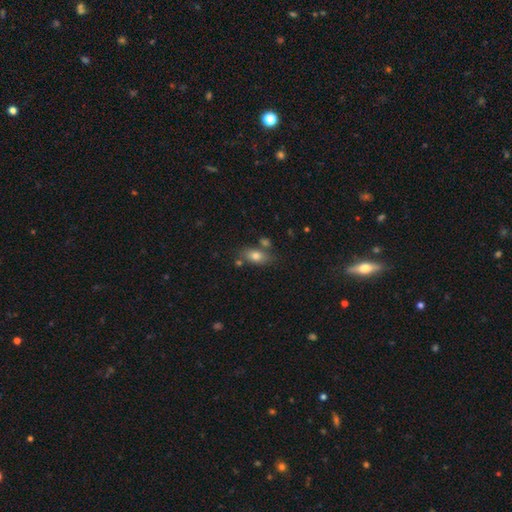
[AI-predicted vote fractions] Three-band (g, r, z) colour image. It shows a smooth galaxy with no disk features (77%) that is in between round and cigar-shaped (85%). Merging: none (65%).